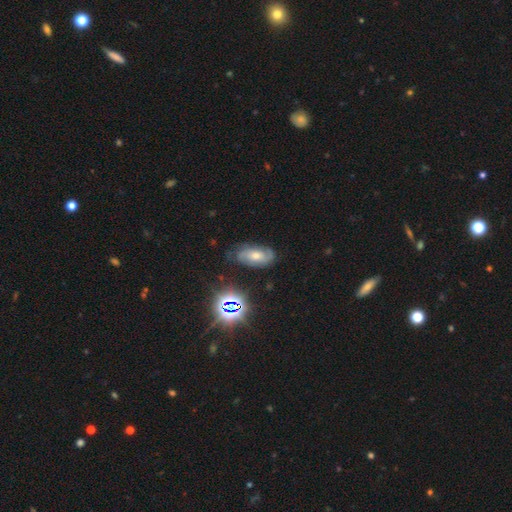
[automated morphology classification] Smooth or featured? featured or disk (58%)
Edge-on disk? no (92%)
Bar? no (56%)
Spiral arms? yes (87%)
Bulge size? moderate (62%)
Merging? none (73%)